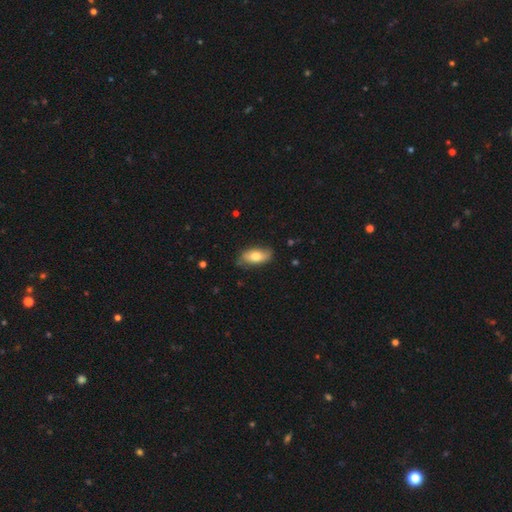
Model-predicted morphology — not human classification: Overall: smooth (71%). How rounded: in between (88%). Merging: none (77%).